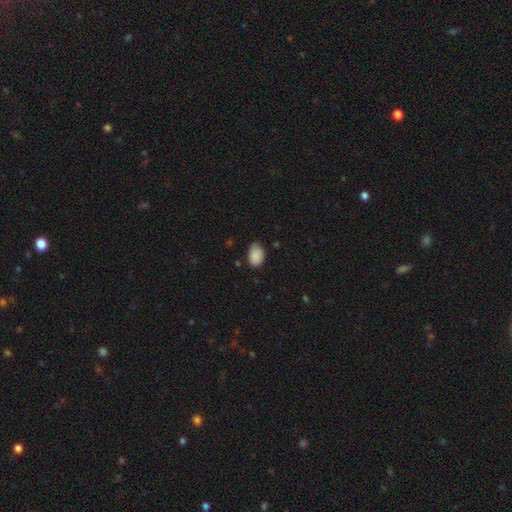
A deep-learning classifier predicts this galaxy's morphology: smooth_or_featured: smooth (p=0.88) [alt: star or artifact p=0.07]
how_rounded: in between (p=0.84) [alt: round p=0.15]
merging: none (p=0.70) [alt: minor disturbance p=0.25]